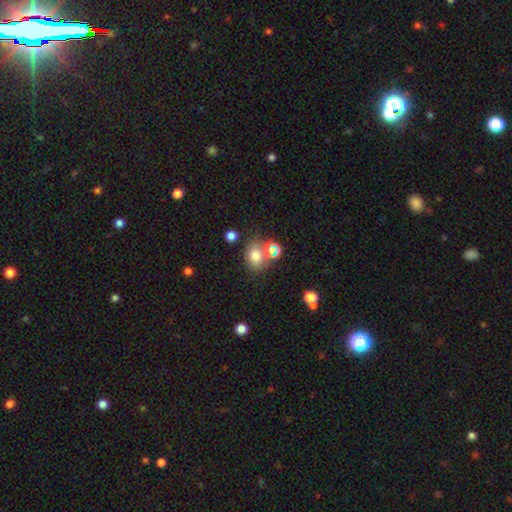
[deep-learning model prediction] smooth 74%, star or artifact 16%, featured or disk 10%. Down the decision tree: how rounded — round (55%); merging — none (62%).